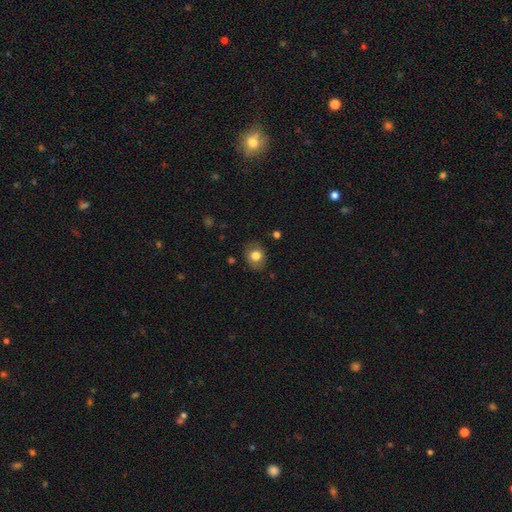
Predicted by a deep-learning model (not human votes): Smooth or featured? smooth (78%)
How rounded? round (56%)
Merging? none (84%)